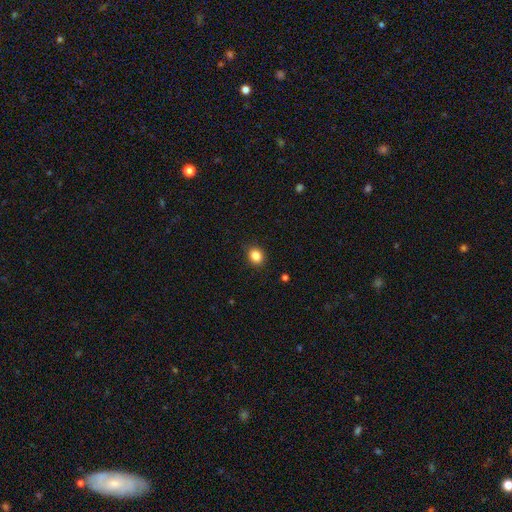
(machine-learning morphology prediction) The model was most divided on "how rounded": round: 67%, in between: 32%, cigar-shaped: 1%. More confident: merging — none (88%); smooth or featured — smooth (85%).